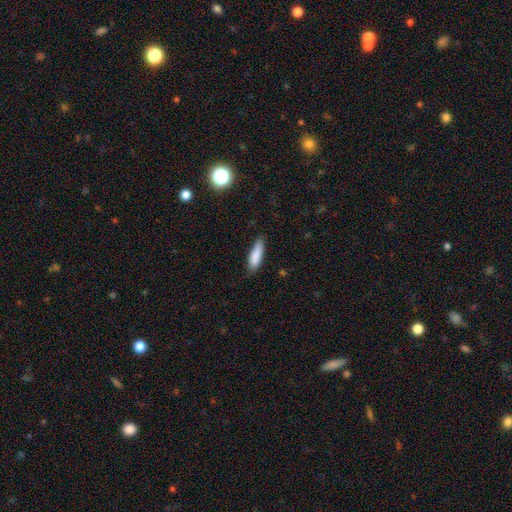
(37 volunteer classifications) Morphology: type=smooth (89%); roundness=cigar-shaped (61%); merging=none (71%).